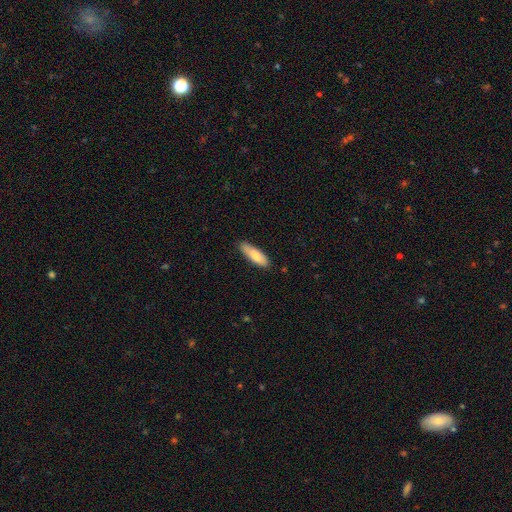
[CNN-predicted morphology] The model was most divided on "how rounded": cigar-shaped: 53%, in between: 45%, round: 2%. More confident: smooth or featured — smooth (81%); merging — none (80%).